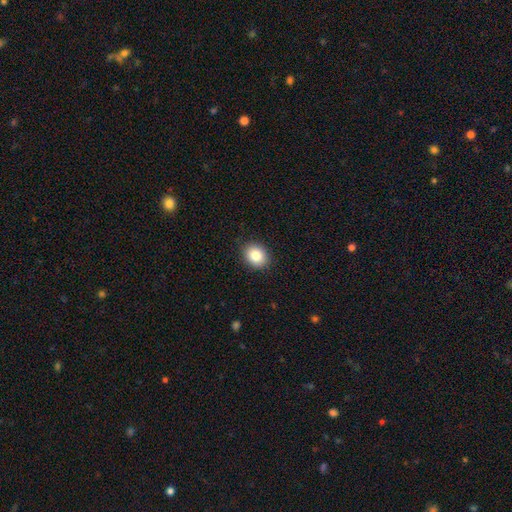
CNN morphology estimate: A smooth galaxy with no disk features (85%) that is round (56%). Merging: none (89%).